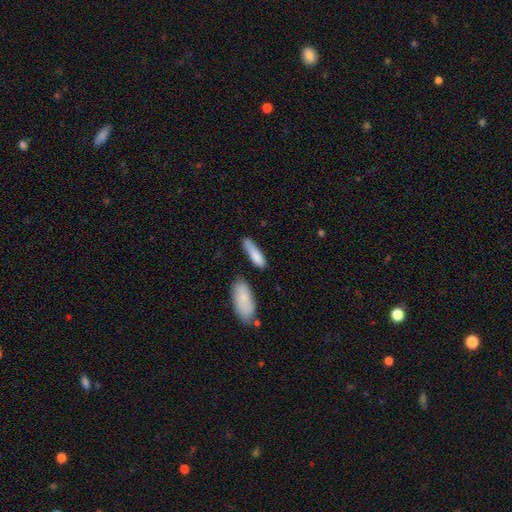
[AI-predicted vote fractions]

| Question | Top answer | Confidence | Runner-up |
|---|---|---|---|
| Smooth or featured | smooth | 83% | featured or disk (11%) |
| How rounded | cigar-shaped | 60% | in between (38%) |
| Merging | none | 63% | minor disturbance (23%) |